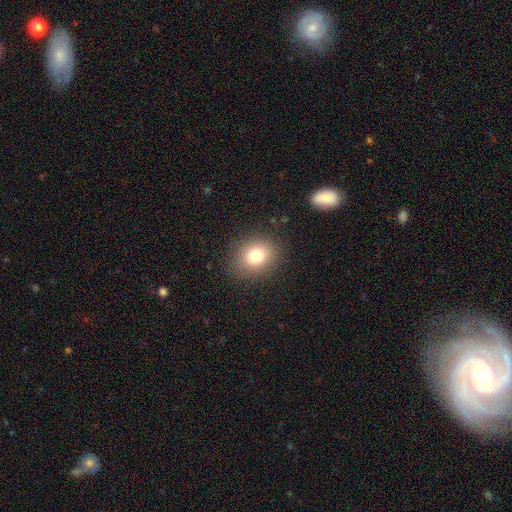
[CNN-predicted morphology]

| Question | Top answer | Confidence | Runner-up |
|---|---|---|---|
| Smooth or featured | smooth | 78% | star or artifact (13%) |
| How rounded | round | 63% | in between (36%) |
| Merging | none | 87% | minor disturbance (8%) |